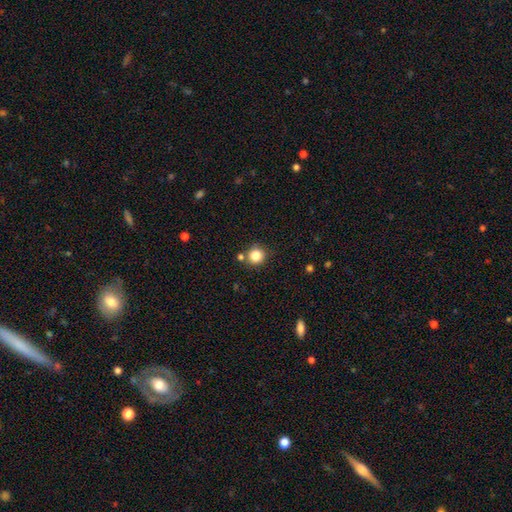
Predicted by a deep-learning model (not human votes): Smooth or featured? smooth (83%)
How rounded? round (93%)
Merging? none (80%)